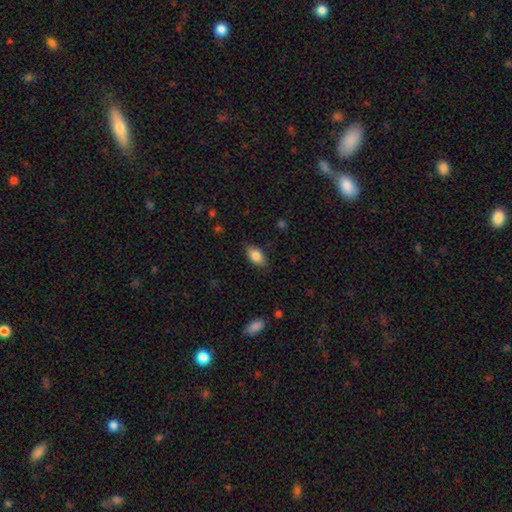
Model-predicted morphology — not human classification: Q: Smooth or featured?
A: smooth (84%); runner-up: featured or disk (9%)
Q: How rounded?
A: in between (91%); runner-up: round (5%)
Q: Merging?
A: none (85%); runner-up: minor disturbance (12%)